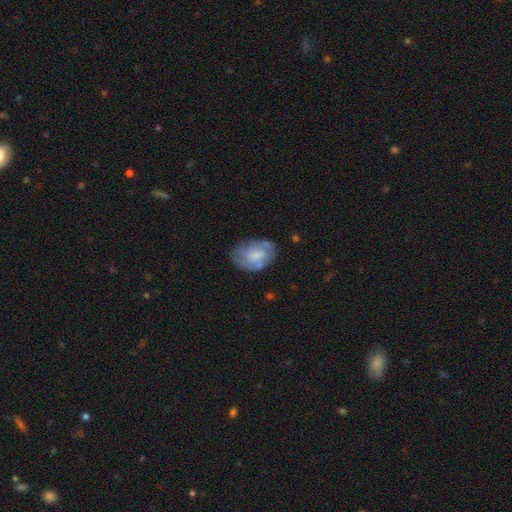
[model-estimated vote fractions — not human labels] smooth-or-featured: featured or disk: 50% | smooth: 43% | star or artifact: 7%
  merging: none: 59% | minor disturbance: 25% | major disturbance: 12% | merger: 4%